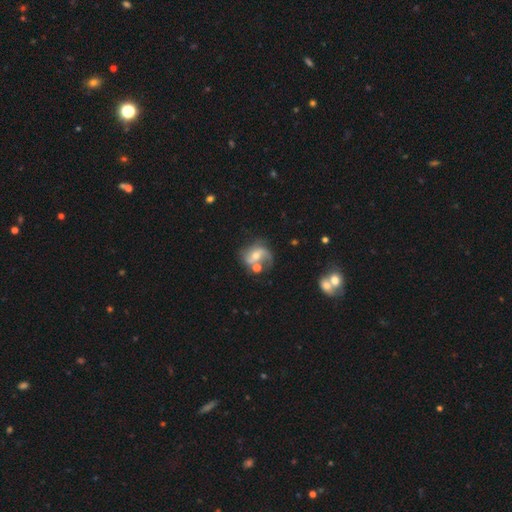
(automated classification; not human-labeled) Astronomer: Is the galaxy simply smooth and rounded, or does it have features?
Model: featured or disk — 73%.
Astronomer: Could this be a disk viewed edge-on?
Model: no — 97%.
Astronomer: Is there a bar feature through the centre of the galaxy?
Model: no — 47% (runner-up: weak, 38%).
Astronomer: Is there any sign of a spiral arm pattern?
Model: yes — 89%.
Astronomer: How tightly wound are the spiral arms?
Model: loose — 47% (runner-up: medium, 40%).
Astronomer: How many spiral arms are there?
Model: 2 — 71%.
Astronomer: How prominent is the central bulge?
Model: moderate — 58% (runner-up: small, 36%).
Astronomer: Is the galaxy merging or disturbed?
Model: none — 48%.